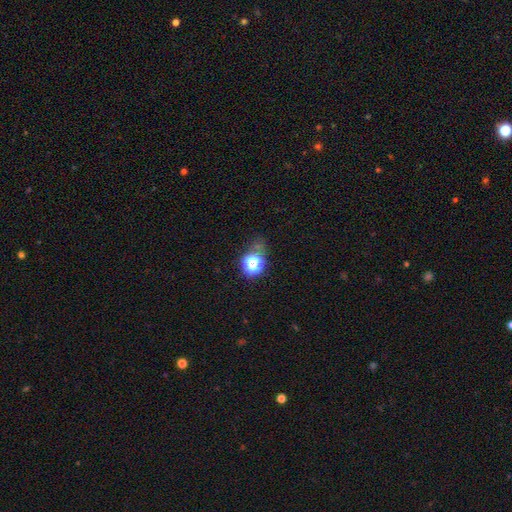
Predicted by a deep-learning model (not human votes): Smooth or featured?
  - star or artifact: 54% *
  - smooth: 36%
  - featured or disk: 10%